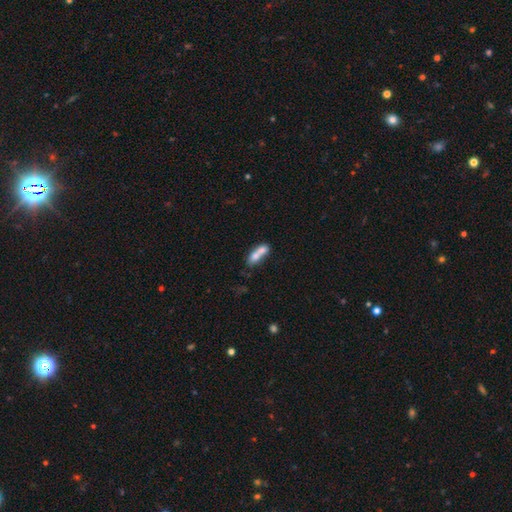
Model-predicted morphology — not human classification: Overall: smooth (68%). How rounded: in between (58%; cigar-shaped 35%). Merging: merger (60%; none 25%).